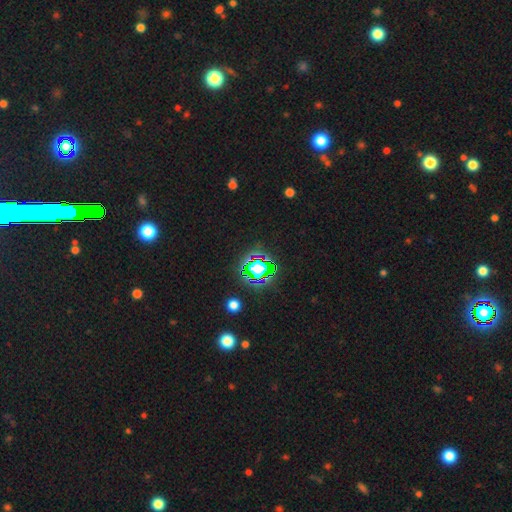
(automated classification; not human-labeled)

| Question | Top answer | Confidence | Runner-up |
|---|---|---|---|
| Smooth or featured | star or artifact | 77% | smooth (14%) |